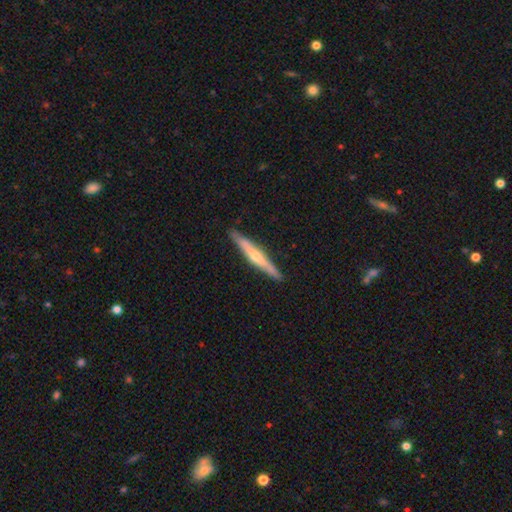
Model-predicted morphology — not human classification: Smooth or featured?
  - featured or disk: 67% *
  - smooth: 27%
  - star or artifact: 6%
Edge-on disk?
  - yes: 97% *
  - no: 3%
Edge-on bulge?
  - rounded: 80% *
  - none: 15%
  - boxy: 5%
Merging?
  - none: 90% *
  - minor disturbance: 7%
  - major disturbance: 1%
  - merger: 1%